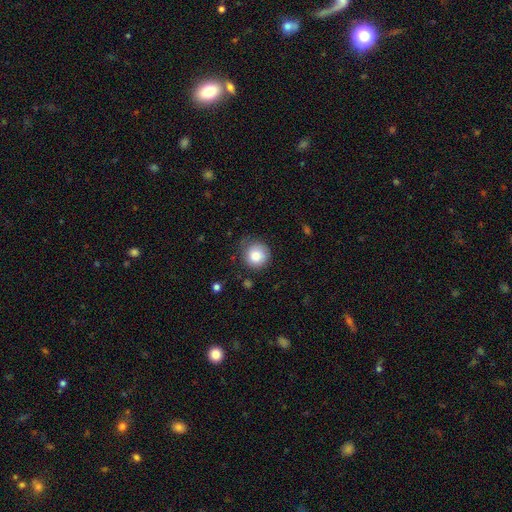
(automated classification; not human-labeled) smooth_or_featured: smooth (p=0.82) [alt: featured or disk p=0.10]
how_rounded: round (p=0.92) [alt: in between p=0.07]
merging: none (p=0.68) [alt: minor disturbance p=0.23]